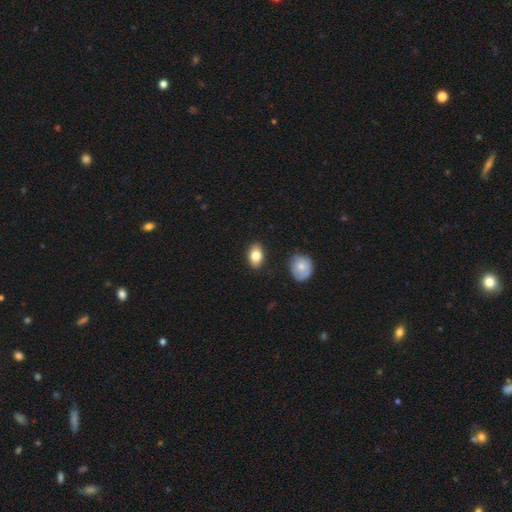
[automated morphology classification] smooth-or-featured: smooth: 81% | featured or disk: 12% | star or artifact: 7%
  how-rounded: in between: 89% | round: 9% | cigar-shaped: 3%
  merging: none: 86% | minor disturbance: 10% | merger: 2% | major disturbance: 2%